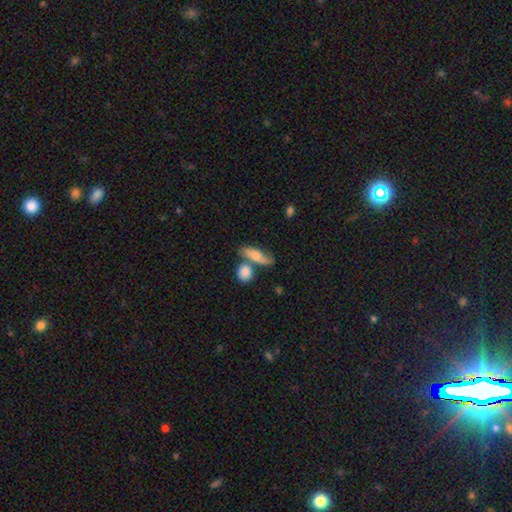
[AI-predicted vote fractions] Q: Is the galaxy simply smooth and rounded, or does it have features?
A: smooth — 67%.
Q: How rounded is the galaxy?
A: in between — 57%.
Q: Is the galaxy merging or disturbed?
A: none — 47%.